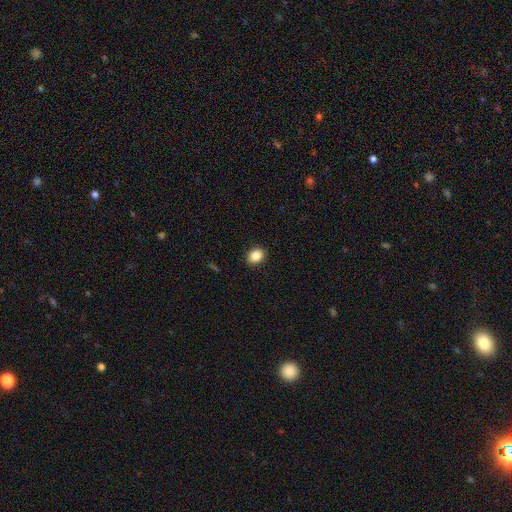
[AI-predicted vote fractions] A smooth galaxy with no disk features (86%) that is in between round and cigar-shaped (64%).

Vote fractions:
- Smooth or featured? smooth: 86% / star or artifact: 9% / featured or disk: 5%
- How rounded? in between: 64% / round: 35% / cigar-shaped: 1%
- Merging? none: 91% / minor disturbance: 7% / major disturbance: 2% / merger: 1%